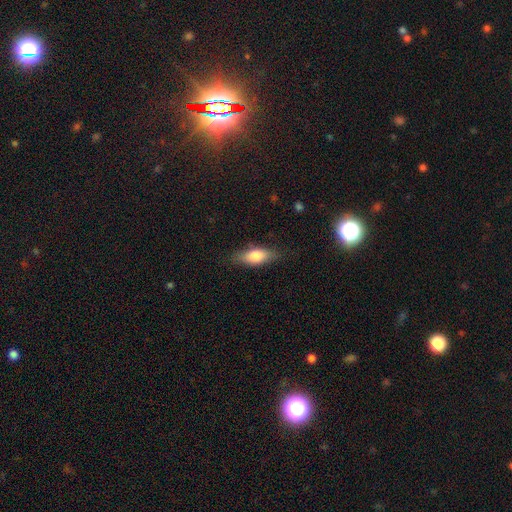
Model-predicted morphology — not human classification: This appears to be a smooth galaxy with no disk features (76%) that is in between round and cigar-shaped (74%). Merging: none (79%).